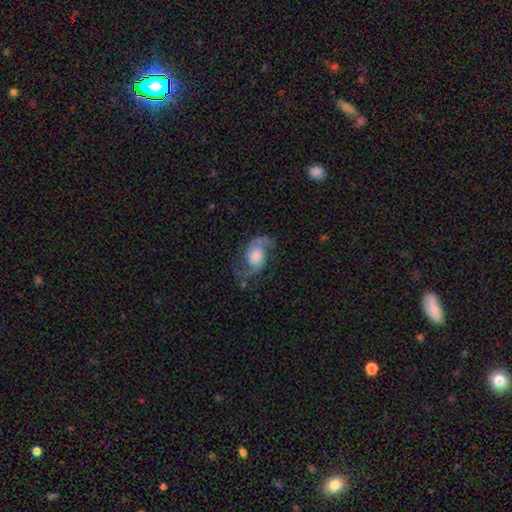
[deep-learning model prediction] The model was most divided on "spiral winding": medium: 47%, loose: 42%, tight: 11%. Remaining: edge-on disk — no (98%); spiral arms — yes (97%); spiral arm count — 2 (93%); smooth or featured — featured or disk (87%); merging — none (73%); bar — no (61%); bulge size — large (38%).